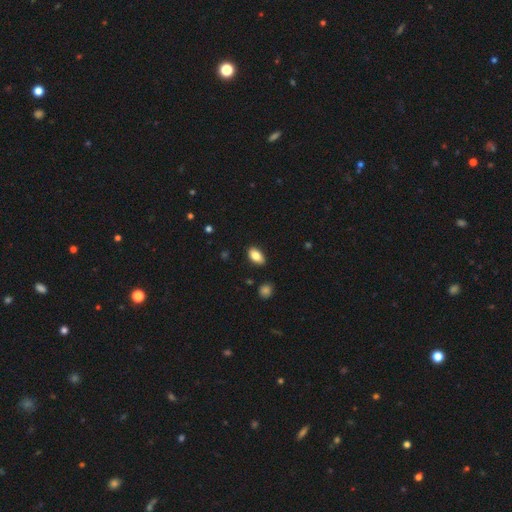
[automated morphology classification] smooth_or_featured: smooth (p=0.84) [alt: featured or disk p=0.08]
how_rounded: in between (p=0.92) [alt: round p=0.05]
merging: none (p=0.87) [alt: minor disturbance p=0.10]